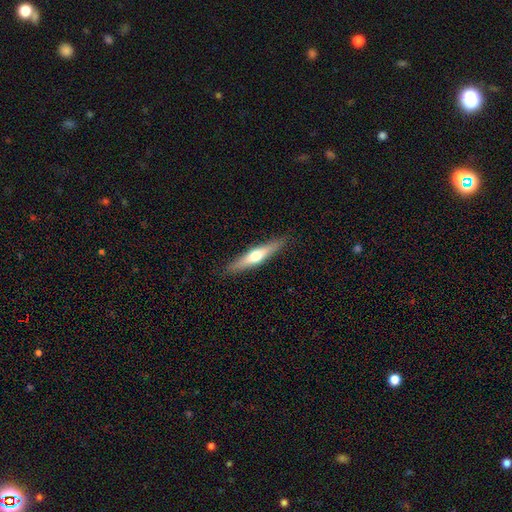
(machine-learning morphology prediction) featured or disk 52%, smooth 42%, star or artifact 5%. Down the decision tree: edge-on disk — yes (93%); merging — none (89%).